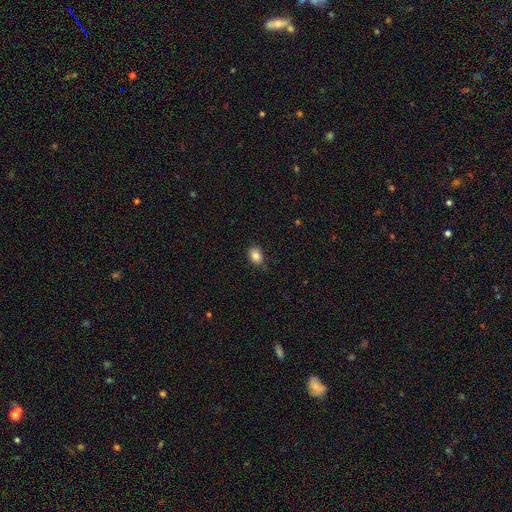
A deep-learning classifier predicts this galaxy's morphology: Smooth or featured: smooth — 84% (star or artifact — 10%)
How rounded: in between — 67% (round — 32%)
Merging: none — 80% (minor disturbance — 16%)